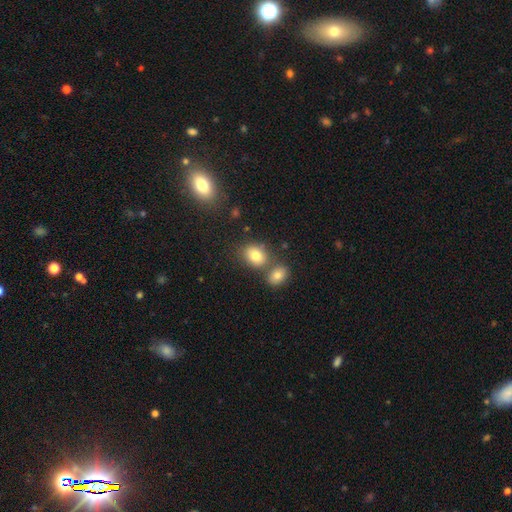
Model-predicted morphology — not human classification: Smooth or featured: smooth — 80% (star or artifact — 10%)
How rounded: in between — 55% (round — 44%)
Merging: none — 59% (merger — 26%)